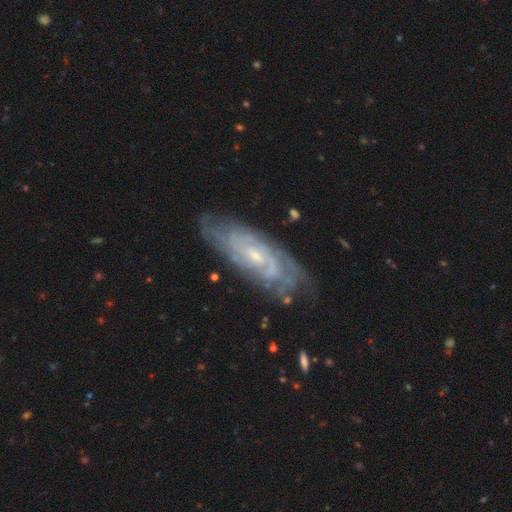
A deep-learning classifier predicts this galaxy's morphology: A featured or disk galaxy (83%) with no bar (55%), tight (70%) spiral arms (94%) and a small central bulge (68%). Merging: none (76%).